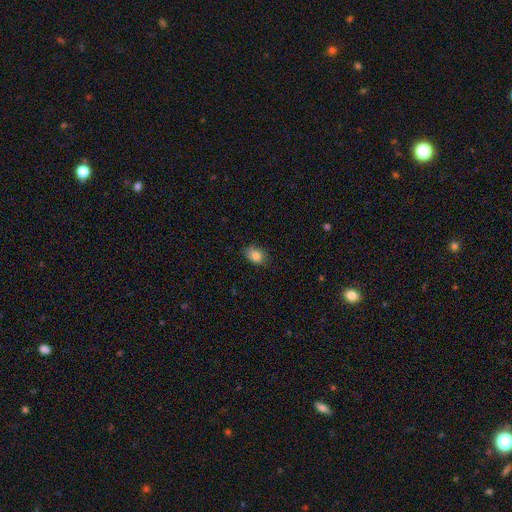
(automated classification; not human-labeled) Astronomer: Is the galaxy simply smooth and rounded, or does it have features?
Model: smooth — 84%.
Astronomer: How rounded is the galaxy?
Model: in between — 75%.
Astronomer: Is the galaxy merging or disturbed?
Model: none — 81%.